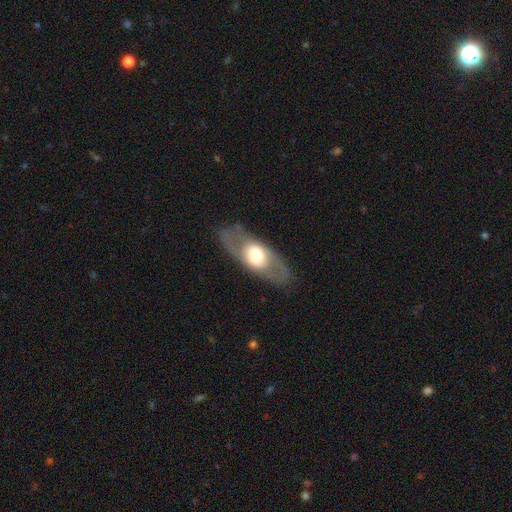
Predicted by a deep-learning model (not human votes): Smooth or featured: featured or disk — 55% (smooth — 39%)
Edge-on disk: no — 79% (yes — 21%)
Merging: none — 80% (minor disturbance — 11%)